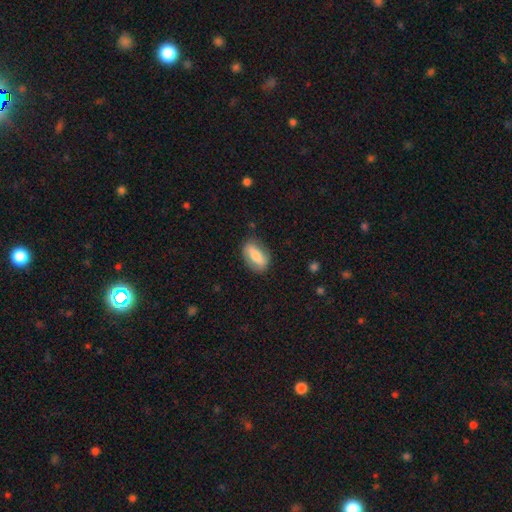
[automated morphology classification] A smooth galaxy with no disk features (64%) that is in between round and cigar-shaped (83%). Merging: none (79%).